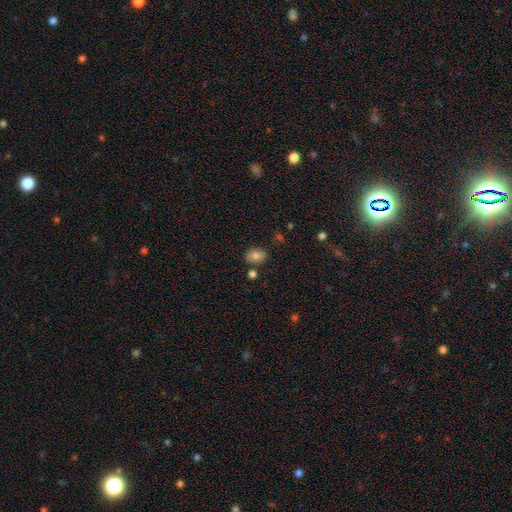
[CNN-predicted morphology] smooth-or-featured: smooth: 77% | featured or disk: 14% | star or artifact: 9%
  how-rounded: in between: 69% | round: 30% | cigar-shaped: 1%
  merging: none: 80% | minor disturbance: 12% | merger: 5% | major disturbance: 3%